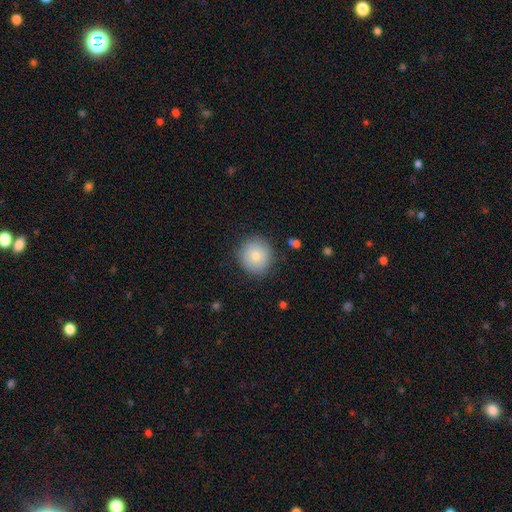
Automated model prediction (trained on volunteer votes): Morphology: type=smooth (78%); roundness=round (91%); merging=none (85%).